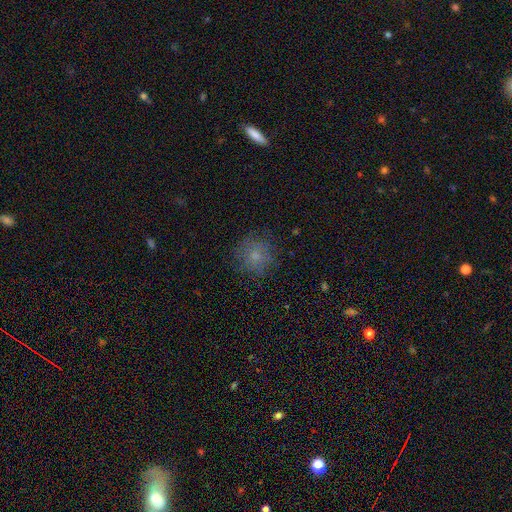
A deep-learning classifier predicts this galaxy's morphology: Overall: smooth (72%). How rounded: round (90%). Merging: none (79%).